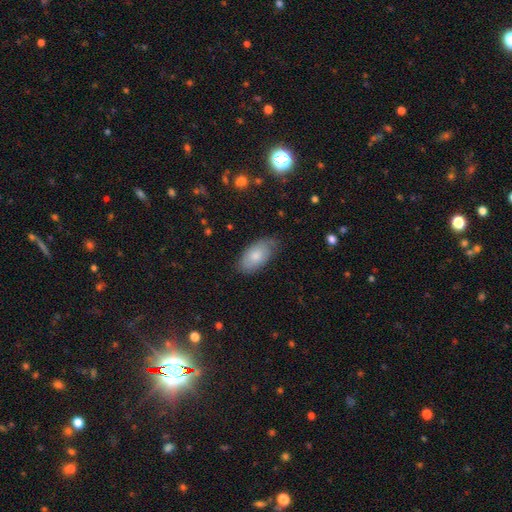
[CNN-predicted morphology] Smooth or featured?
  - smooth: 67% *
  - featured or disk: 27%
  - star or artifact: 6%
How rounded?
  - in between: 94% *
  - round: 3%
  - cigar-shaped: 3%
Merging?
  - none: 67% *
  - minor disturbance: 26%
  - major disturbance: 5%
  - merger: 1%